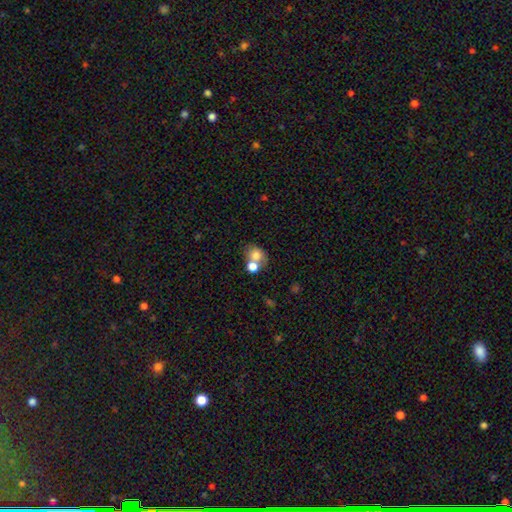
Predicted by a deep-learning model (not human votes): This appears to be a smooth galaxy with no disk features (75%) that is round (57%). Merging: merger (47%).